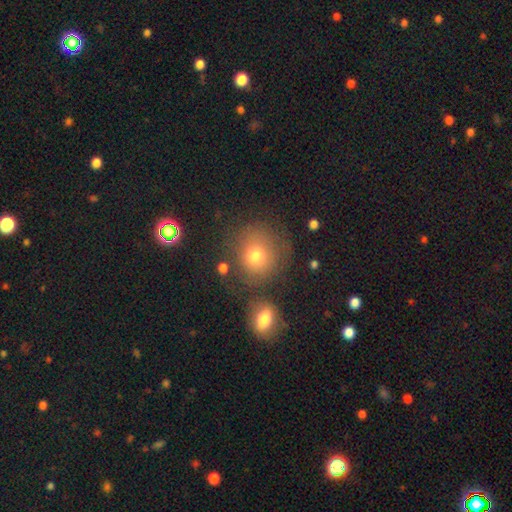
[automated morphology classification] This appears to be a smooth galaxy with no disk features (72%) that is round (83%). Merging: none (68%).